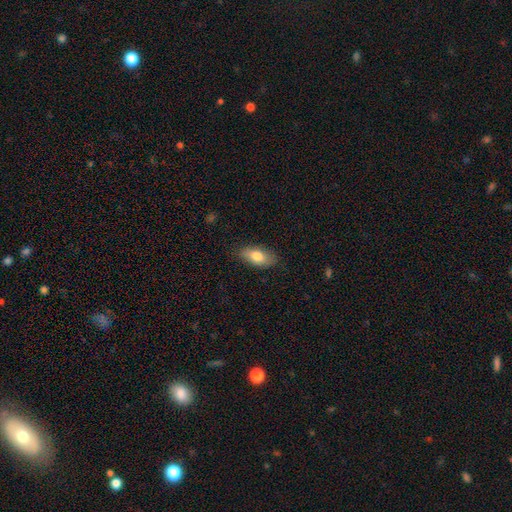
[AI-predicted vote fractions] The model was most divided on "smooth or featured": smooth: 76%, featured or disk: 17%, star or artifact: 7%. More confident: how rounded — in between (87%); merging — none (83%).